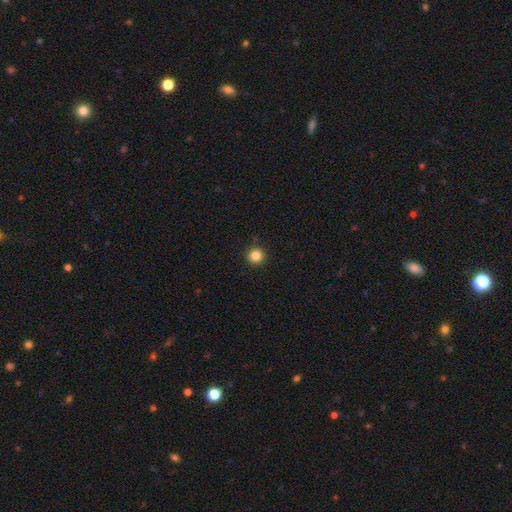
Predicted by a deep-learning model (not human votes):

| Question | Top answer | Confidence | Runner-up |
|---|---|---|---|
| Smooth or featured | smooth | 84% | star or artifact (12%) |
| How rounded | round | 95% | in between (4%) |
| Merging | none | 92% | minor disturbance (5%) |